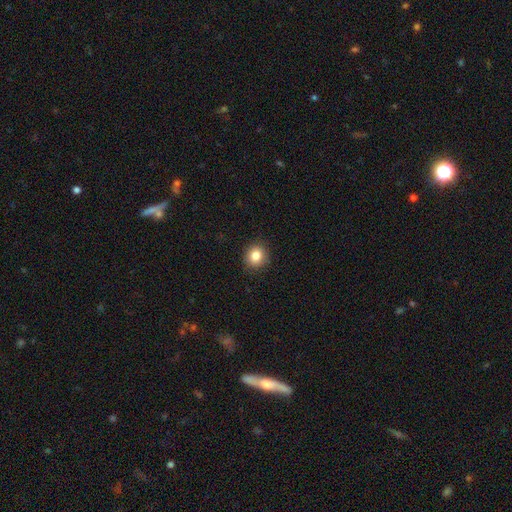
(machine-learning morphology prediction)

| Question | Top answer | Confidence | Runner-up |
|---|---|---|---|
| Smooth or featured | smooth | 83% | star or artifact (11%) |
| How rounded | round | 84% | in between (15%) |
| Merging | none | 90% | minor disturbance (7%) |